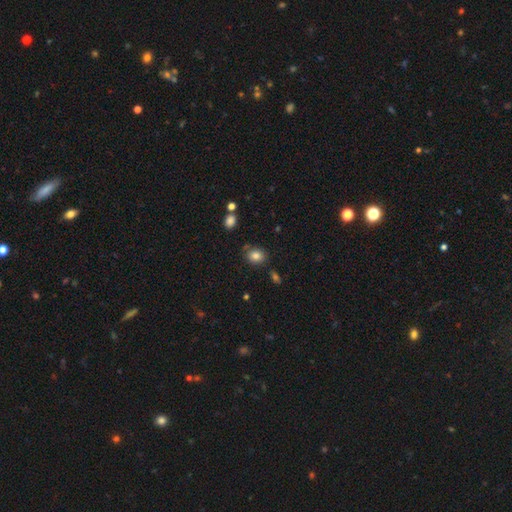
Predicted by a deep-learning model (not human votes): Smooth or featured?
  - smooth: 83% *
  - star or artifact: 10%
  - featured or disk: 7%
How rounded?
  - round: 54% *
  - in between: 45%
  - cigar-shaped: 1%
Merging?
  - none: 78% *
  - minor disturbance: 14%
  - merger: 5%
  - major disturbance: 3%